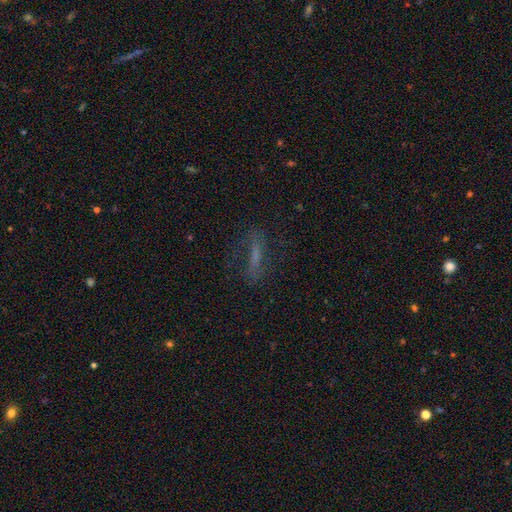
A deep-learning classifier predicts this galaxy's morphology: type=featured or disk (43%); merging=none (72%).